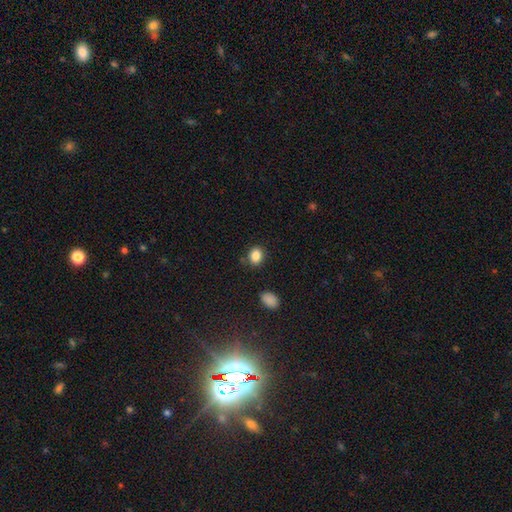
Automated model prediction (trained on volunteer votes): Q: Smooth or featured?
A: smooth (86%); runner-up: star or artifact (10%)
Q: How rounded?
A: round (50%); runner-up: in between (49%)
Q: Merging?
A: none (83%); runner-up: minor disturbance (11%)